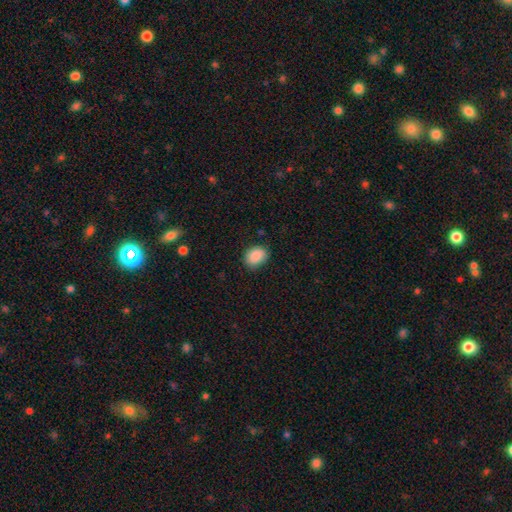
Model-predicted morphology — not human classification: A smooth galaxy with no disk features (89%) that is in between round and cigar-shaped (64%). Merging: none (82%).